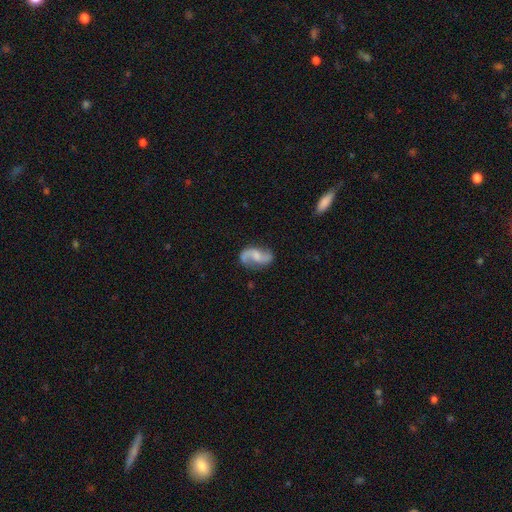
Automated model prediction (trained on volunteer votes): This appears to be a featured or disk galaxy (80%) with no bar (47%), 2 (91%) loose (66%) spiral arms (95%) and a moderate central bulge (32%, tied with small). Merging: none (72%).